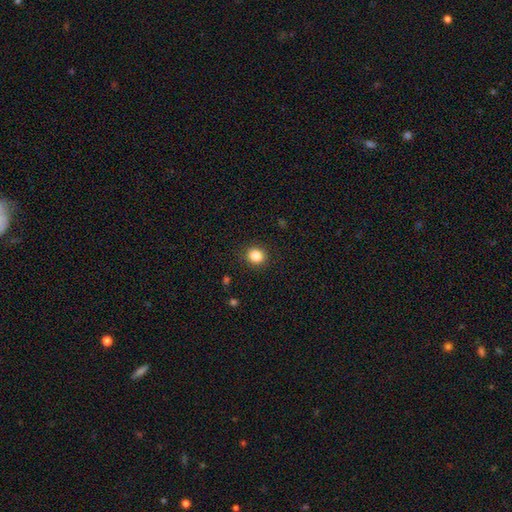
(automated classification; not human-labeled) smooth 85%, star or artifact 10%, featured or disk 4%. Down the decision tree: how rounded — round (78%); merging — none (91%).